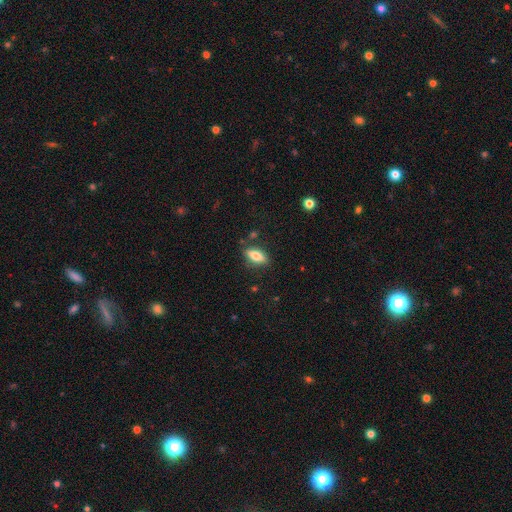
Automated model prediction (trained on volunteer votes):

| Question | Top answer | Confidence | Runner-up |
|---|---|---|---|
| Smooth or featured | smooth | 74% | featured or disk (19%) |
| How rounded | in between | 79% | cigar-shaped (18%) |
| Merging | none | 81% | minor disturbance (13%) |